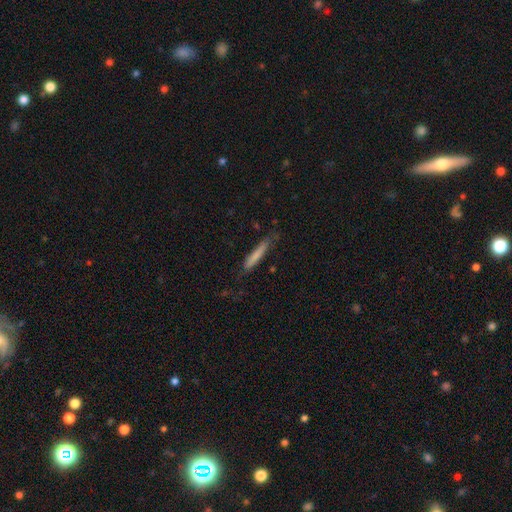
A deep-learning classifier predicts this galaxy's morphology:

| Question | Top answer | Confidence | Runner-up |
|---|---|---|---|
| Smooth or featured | smooth | 74% | featured or disk (20%) |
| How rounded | cigar-shaped | 94% | in between (5%) |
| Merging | none | 74% | minor disturbance (20%) |